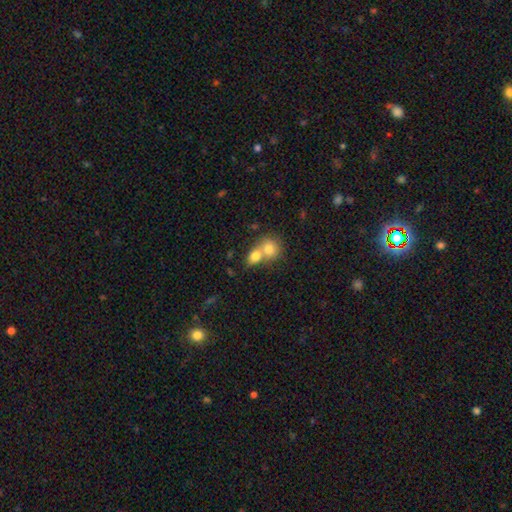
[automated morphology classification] type=smooth (77%); roundness=round (51%); merging=merger (65%).